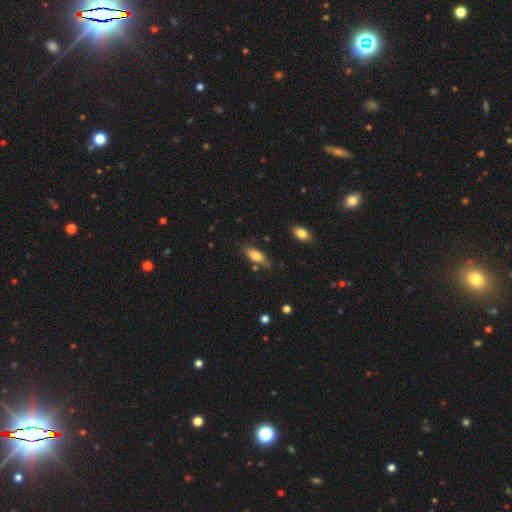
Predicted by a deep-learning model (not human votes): A smooth galaxy with no disk features (74%) that is in between round and cigar-shaped (67%).

Vote fractions:
- Smooth or featured? smooth: 74% / featured or disk: 19% / star or artifact: 7%
- How rounded? in between: 67% / cigar-shaped: 31% / round: 2%
- Merging? none: 70% / minor disturbance: 21% / major disturbance: 5% / merger: 5%